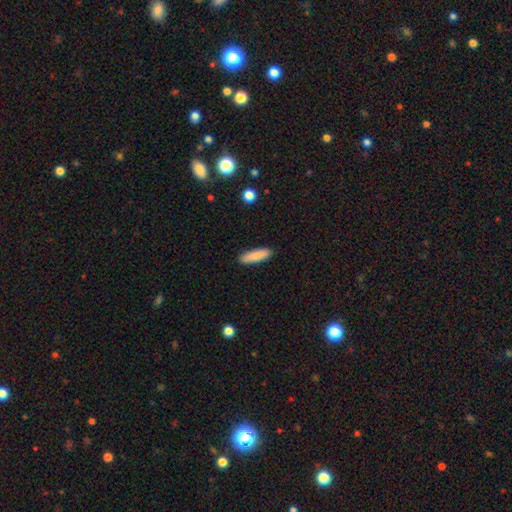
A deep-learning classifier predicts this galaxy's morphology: Smooth or featured?
  - smooth: 86% *
  - featured or disk: 8%
  - star or artifact: 6%
How rounded?
  - cigar-shaped: 65% *
  - in between: 34%
  - round: 2%
Merging?
  - none: 90% *
  - minor disturbance: 8%
  - major disturbance: 2%
  - merger: 1%